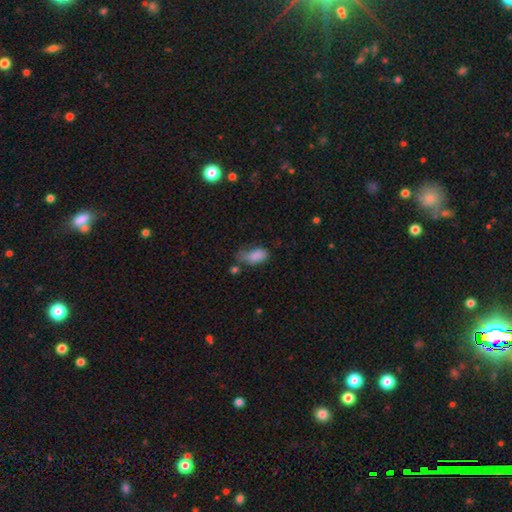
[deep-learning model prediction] A smooth galaxy with no disk features (82%) that is in between round and cigar-shaped (91%). Merging: minor disturbance (37%).